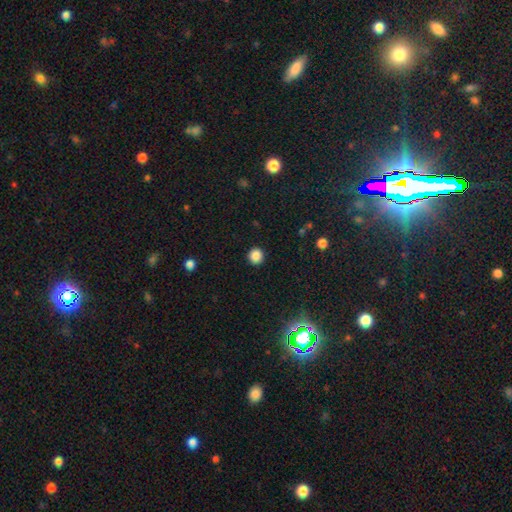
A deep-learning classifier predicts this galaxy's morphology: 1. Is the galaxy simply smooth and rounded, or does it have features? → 86% smooth, 11% star or artifact, 3% featured or disk.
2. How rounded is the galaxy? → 92% round, 7% in between, 1% cigar-shaped.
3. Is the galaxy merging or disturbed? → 92% none, 5% minor disturbance, 2% major disturbance, 1% merger.